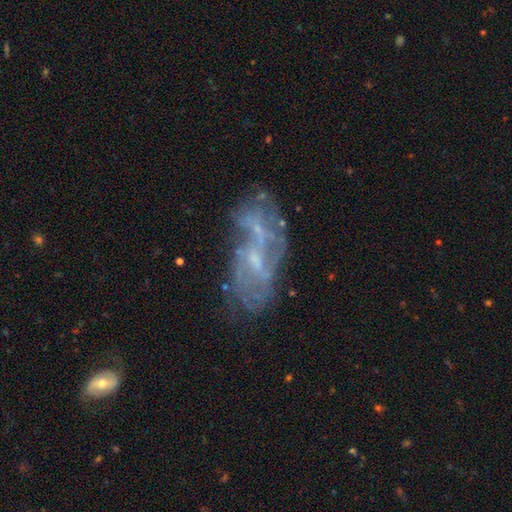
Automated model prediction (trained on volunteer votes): A featured or disk galaxy (75%) with a weak bar (47%), loose (38%) spiral arms (72%) and a small central bulge (58%).

Vote fractions:
- Smooth or featured? featured or disk: 75% / smooth: 14% / star or artifact: 10%
- Edge-on disk? no: 93% / yes: 7%
- Bar? weak: 47% / no: 40% / strong: 13%
- Spiral arms? yes: 72% / no: 28%
- Spiral winding? loose: 38% / medium: 37% / tight: 25%
- Spiral arm count? can't tell: 45% / 2: 28% / 3: 11% / 4: 6% / 1: 6% / more than 4: 4%
- Bulge size? small: 58% / moderate: 21% / none: 19% / large: 1% / dominant: 1%
- Merging? none: 52% / minor disturbance: 21% / major disturbance: 18% / merger: 9%